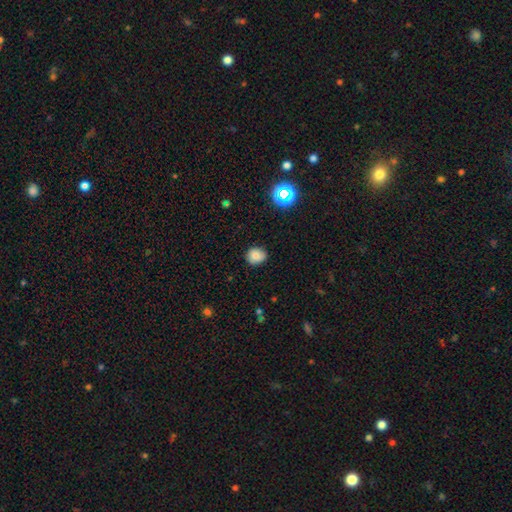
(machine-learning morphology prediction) This is likely a smooth galaxy (76%). How rounded: likely round (73%). Merging: clearly none (82%).